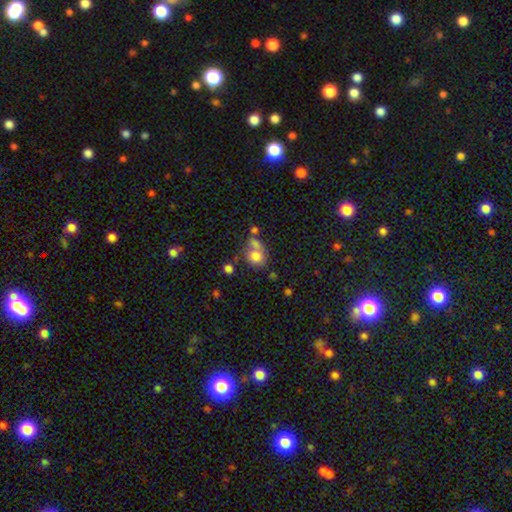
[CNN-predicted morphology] This is likely a smooth galaxy (74%). How rounded: likely round (64%). Merging: marginally merger (39%).